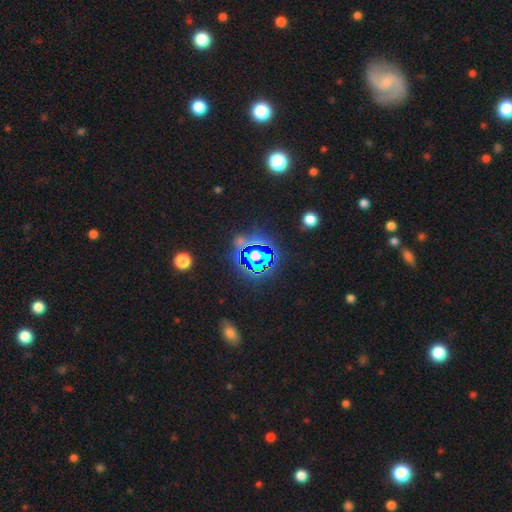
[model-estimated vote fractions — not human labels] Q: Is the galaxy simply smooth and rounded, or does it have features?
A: star or artifact — 76%.